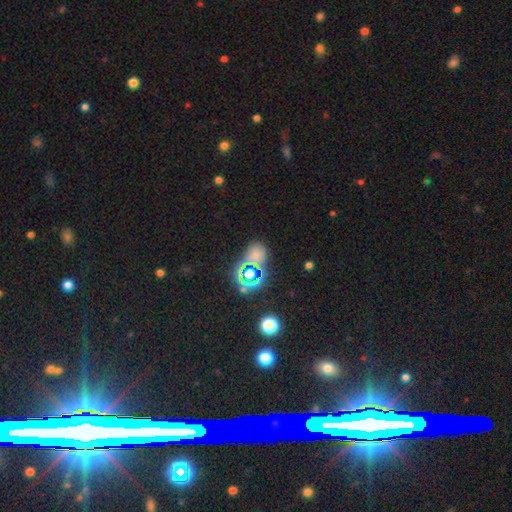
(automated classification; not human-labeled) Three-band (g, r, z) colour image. It shows a star or artifact, not a galaxy (49%).